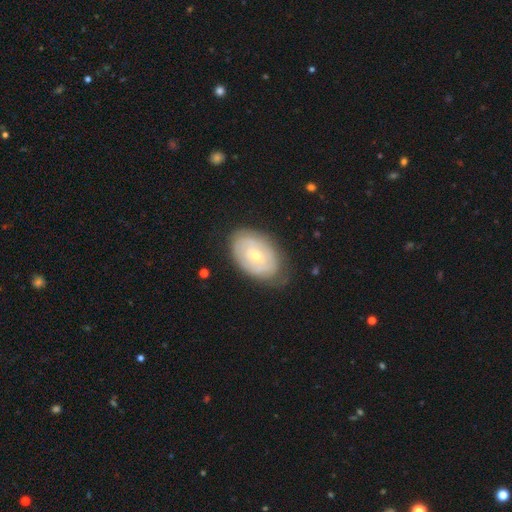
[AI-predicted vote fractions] Smooth or featured?
  - featured or disk: 59% *
  - smooth: 35%
  - star or artifact: 6%
Edge-on disk?
  - no: 94% *
  - yes: 6%
Bar?
  - no: 78% *
  - weak: 18%
  - strong: 4%
Spiral arms?
  - yes: 58% *
  - no: 42%
Bulge size?
  - small: 61% *
  - moderate: 36%
  - large: 1%
  - none: 1%
  - dominant: 1%
Merging?
  - none: 73% *
  - minor disturbance: 20%
  - major disturbance: 5%
  - merger: 1%